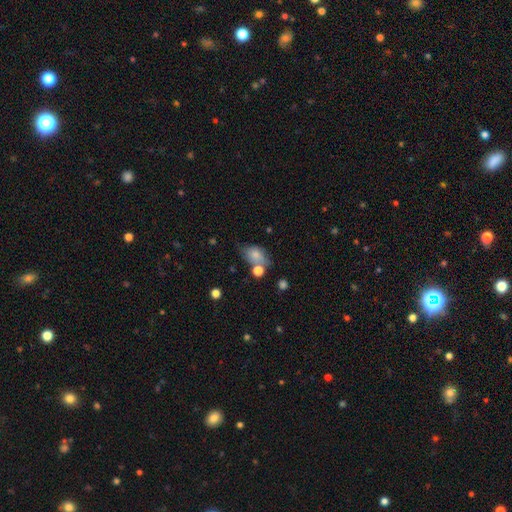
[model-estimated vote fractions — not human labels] Smooth or featured: smooth — 72% (featured or disk — 17%)
How rounded: in between — 76% (round — 22%)
Merging: none — 45% (minor disturbance — 27%)